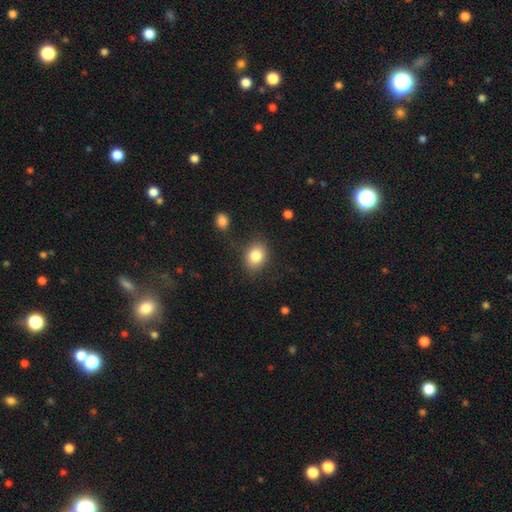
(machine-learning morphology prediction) smooth_or_featured: smooth (p=0.83) [alt: star or artifact p=0.09]
how_rounded: in between (p=0.53) [alt: round p=0.46]
merging: none (p=0.80) [alt: minor disturbance p=0.13]